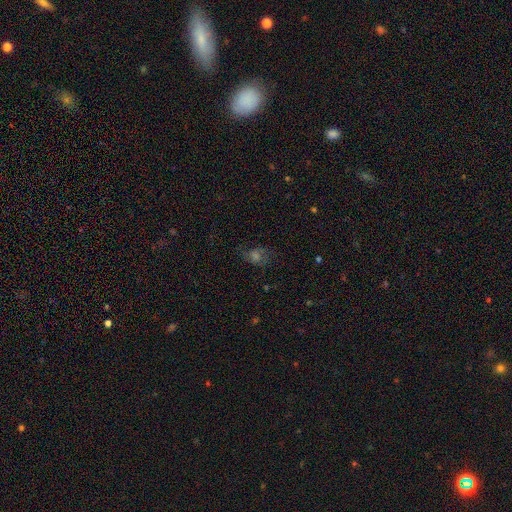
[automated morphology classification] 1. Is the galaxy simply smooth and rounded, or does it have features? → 38% smooth, 33% star or artifact, 29% featured or disk.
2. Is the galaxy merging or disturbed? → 63% none, 19% minor disturbance, 15% major disturbance, 3% merger.